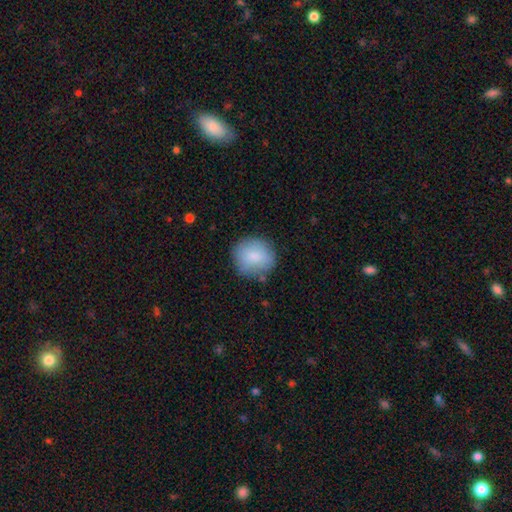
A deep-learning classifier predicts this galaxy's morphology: smooth 84%, featured or disk 9%, star or artifact 7%. Down the decision tree: how rounded — round (86%); merging — none (80%).